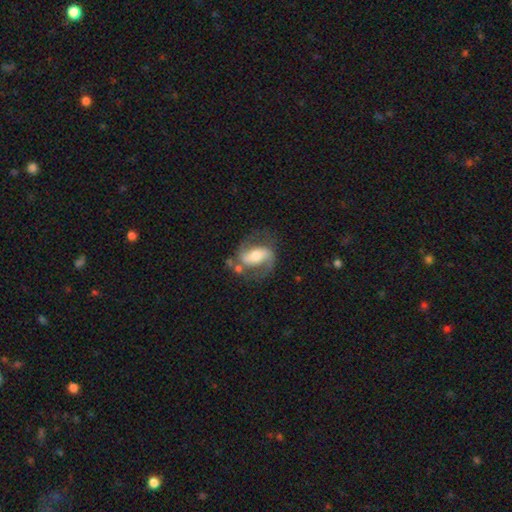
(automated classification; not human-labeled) featured or disk 81%, smooth 13%, star or artifact 6%. Down the decision tree: edge-on disk — no (97%); bar — strong (42%); spiral arms — yes (93%); spiral arm count — 2 (89%); spiral winding — medium (53%); bulge size — moderate (55%); merging — none (67%).